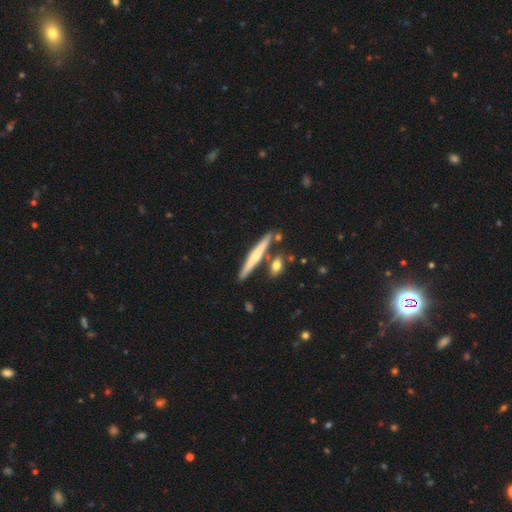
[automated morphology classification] Smooth or featured? featured or disk (51%)
Edge-on disk? yes (96%)
Merging? none (79%)